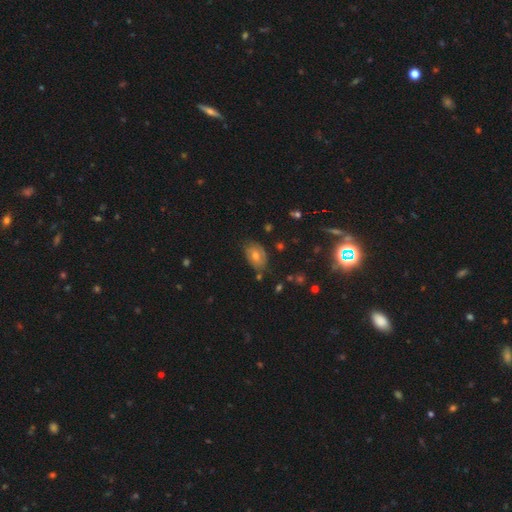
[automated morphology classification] Q: Smooth or featured?
A: smooth (48%); runner-up: featured or disk (30%)
Q: Merging?
A: none (72%); runner-up: minor disturbance (20%)